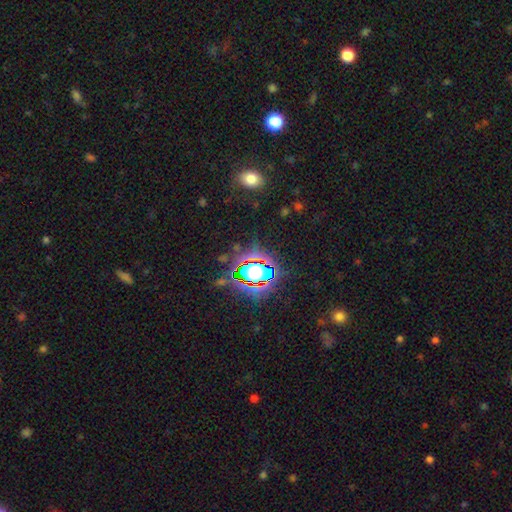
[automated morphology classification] A star or artifact, not a galaxy (74%).